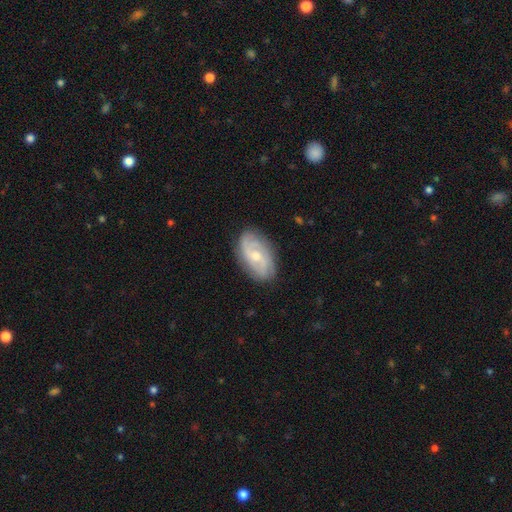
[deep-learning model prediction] Smooth or featured? featured or disk (72%)
Edge-on disk? no (95%)
Bar? no (49%)
Spiral arms? yes (91%)
Spiral winding? medium (43%)
Spiral arm count? 2 (56%)
Bulge size? moderate (50%)
Merging? none (81%)